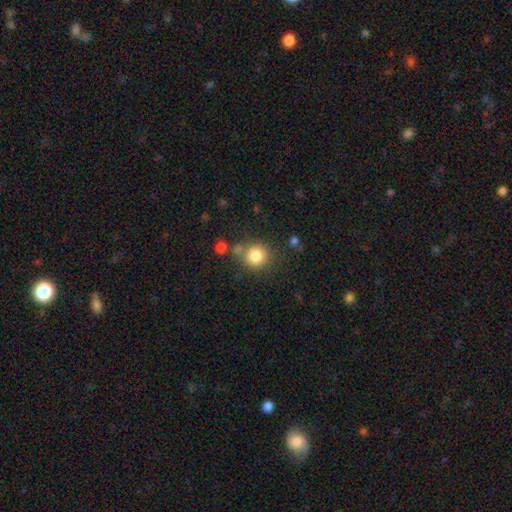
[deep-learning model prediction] A smooth galaxy with no disk features (82%) that is round (91%).

Vote fractions:
- Smooth or featured? smooth: 82% / star or artifact: 11% / featured or disk: 7%
- How rounded? round: 91% / in between: 8% / cigar-shaped: 1%
- Merging? none: 76% / merger: 10% / minor disturbance: 10% / major disturbance: 4%